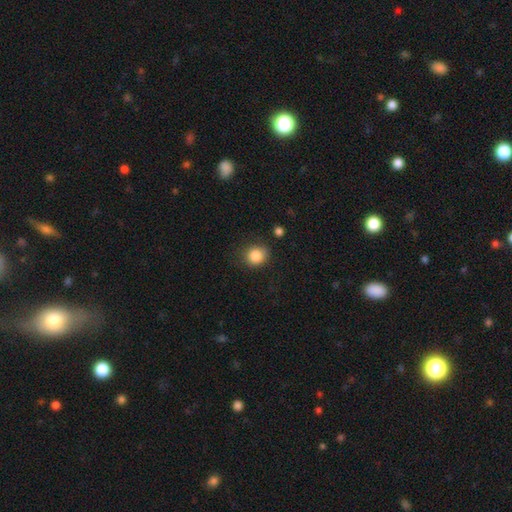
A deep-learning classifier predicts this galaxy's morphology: Smooth or featured? Predicted: smooth (p=0.85). How rounded? Predicted: round (p=0.80). Merging? Predicted: none (p=0.78).